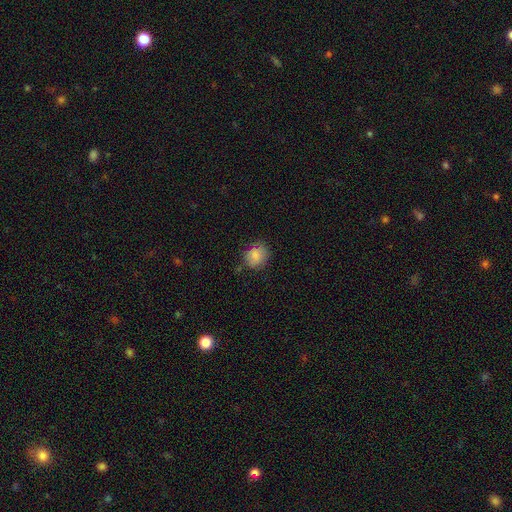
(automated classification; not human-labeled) Smooth or featured? Predicted: smooth (p=0.82). How rounded? Predicted: round (p=0.66). Merging? Predicted: none (p=0.70).